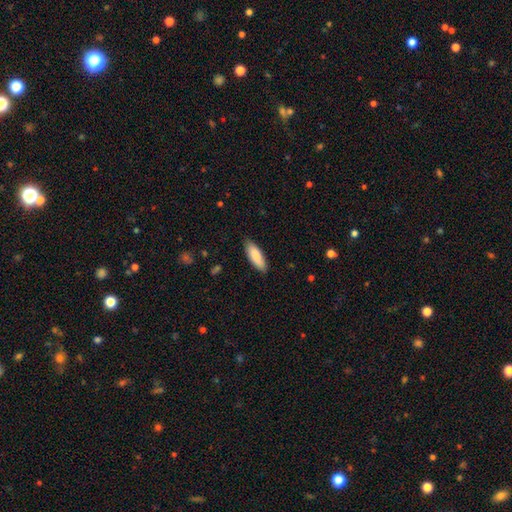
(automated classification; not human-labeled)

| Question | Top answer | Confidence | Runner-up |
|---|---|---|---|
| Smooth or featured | smooth | 86% | featured or disk (8%) |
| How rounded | in between | 60% | cigar-shaped (39%) |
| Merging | none | 85% | minor disturbance (12%) |